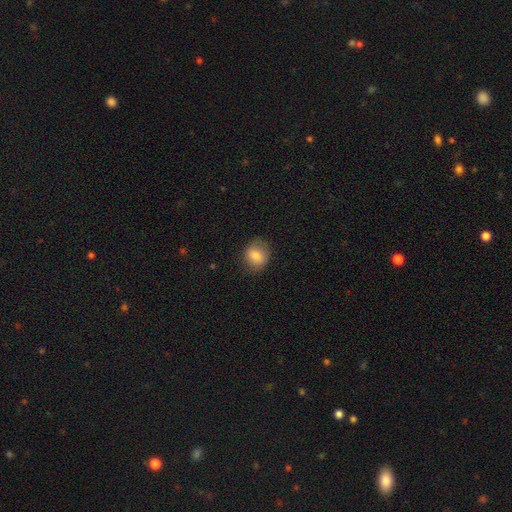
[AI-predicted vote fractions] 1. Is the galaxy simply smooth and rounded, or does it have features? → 79% smooth, 13% featured or disk, 9% star or artifact.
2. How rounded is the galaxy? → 64% round, 35% in between, 1% cigar-shaped.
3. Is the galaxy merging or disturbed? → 78% none, 16% minor disturbance, 5% major disturbance, 1% merger.